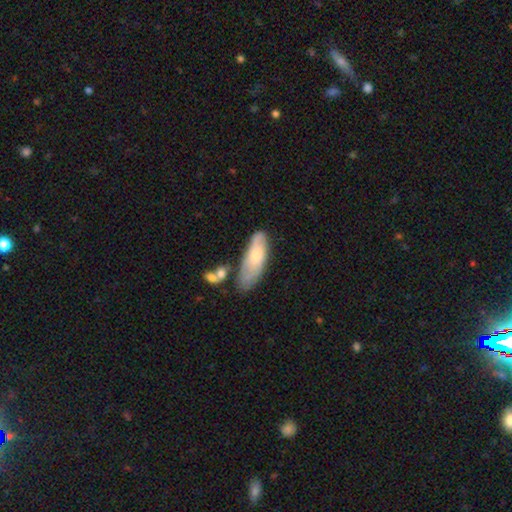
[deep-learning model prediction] Overall: smooth (68%). How rounded: in between (62%; cigar-shaped 36%). Merging: none (55%; minor disturbance 27%).